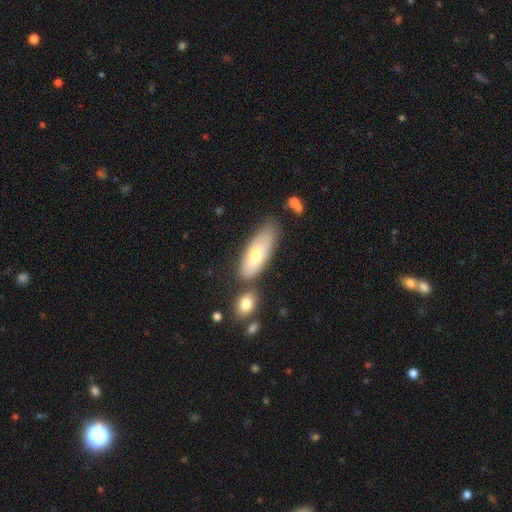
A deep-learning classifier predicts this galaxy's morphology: Smooth or featured?
  - smooth: 60% *
  - featured or disk: 33%
  - star or artifact: 7%
How rounded?
  - in between: 68% *
  - cigar-shaped: 29%
  - round: 2%
Merging?
  - none: 61% *
  - minor disturbance: 21%
  - merger: 12%
  - major disturbance: 6%